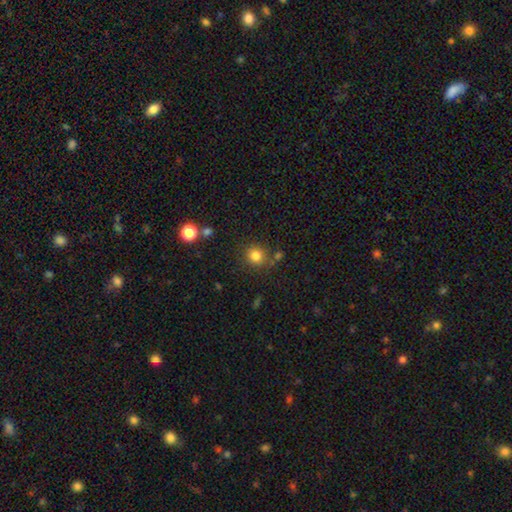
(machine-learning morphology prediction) A smooth galaxy with no disk features (81%) that is round (88%). Merging: none (78%).